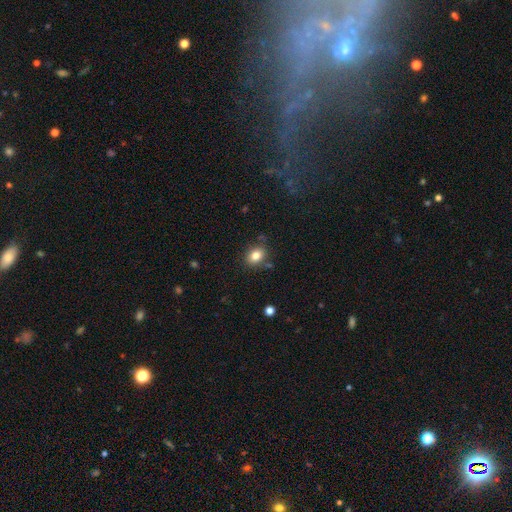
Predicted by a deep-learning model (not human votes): Smooth or featured?
  - smooth: 82% *
  - star or artifact: 10%
  - featured or disk: 8%
How rounded?
  - in between: 65% *
  - round: 34%
  - cigar-shaped: 1%
Merging?
  - none: 80% *
  - minor disturbance: 12%
  - merger: 4%
  - major disturbance: 3%